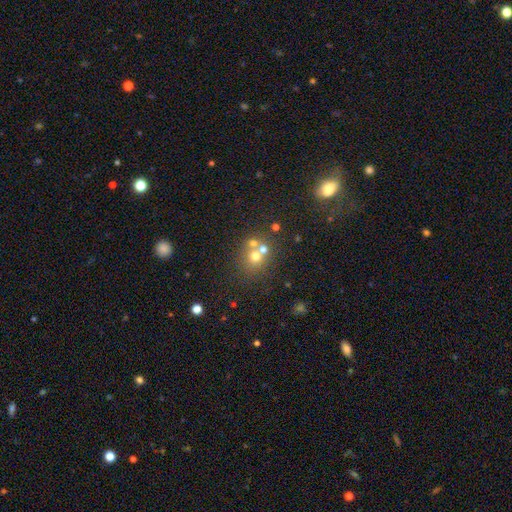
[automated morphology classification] smooth_or_featured: smooth (p=0.62) [alt: featured or disk p=0.19]
how_rounded: round (p=0.83) [alt: in between p=0.16]
merging: none (p=0.49) [alt: merger p=0.39]